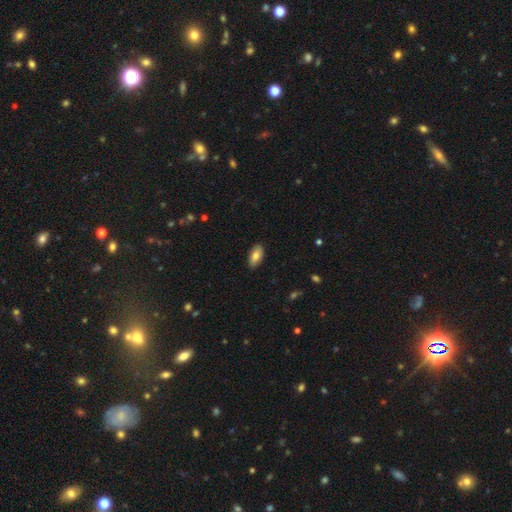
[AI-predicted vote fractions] Smooth or featured: smooth — 80% (featured or disk — 13%)
How rounded: in between — 92% (cigar-shaped — 5%)
Merging: none — 87% (minor disturbance — 10%)